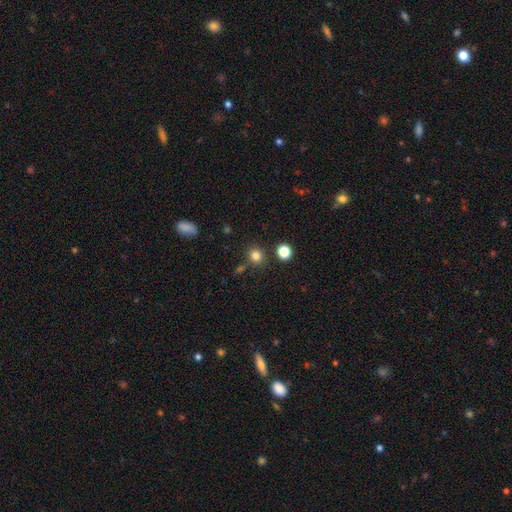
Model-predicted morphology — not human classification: Overall: smooth (81%). How rounded: round (81%). Merging: none (80%).